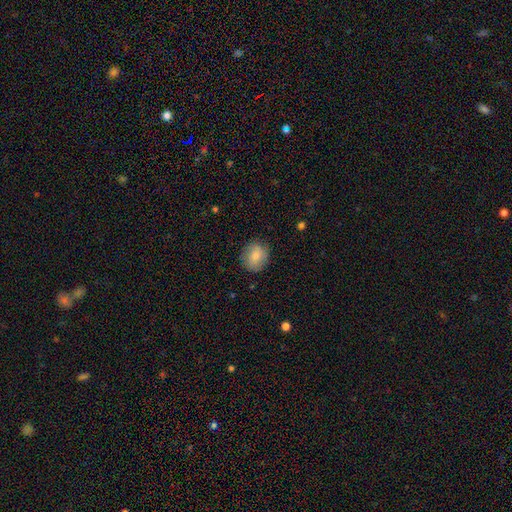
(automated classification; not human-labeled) Morphology: type=smooth (78%); roundness=round (76%); merging=none (84%).